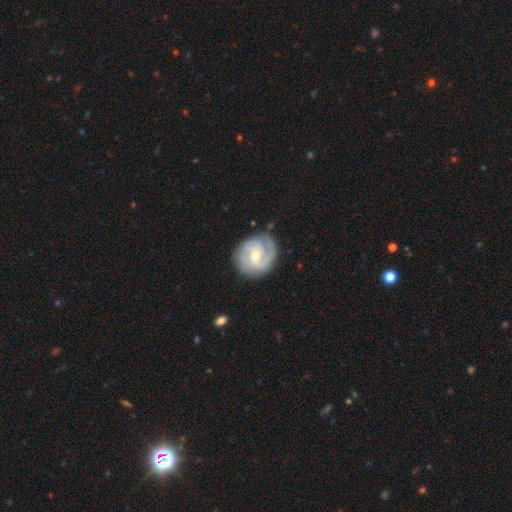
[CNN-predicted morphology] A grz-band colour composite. It shows a featured or disk galaxy (88%) with no bar (49%), 2 (48%) tight (52%) spiral arms (97%) and a small central bulge (51%). Merging: none (78%).